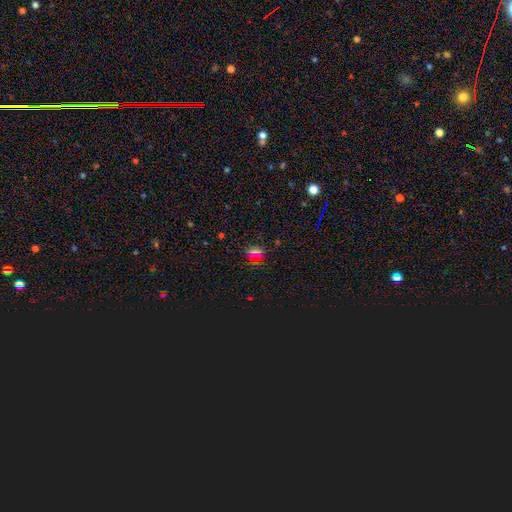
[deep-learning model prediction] Smooth or featured? Predicted: star or artifact (p=0.47).